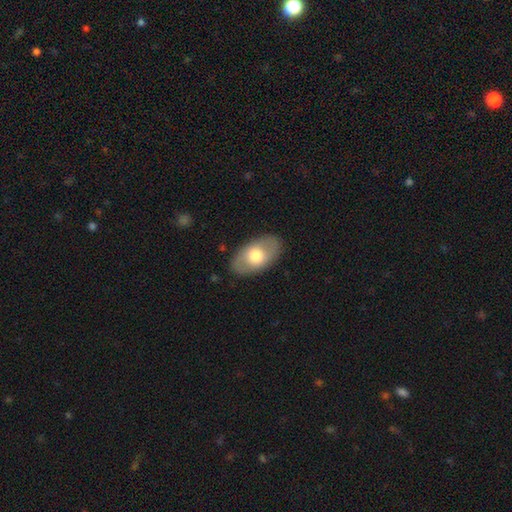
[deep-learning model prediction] Smooth or featured? smooth (62%)
How rounded? in between (93%)
Merging? none (85%)